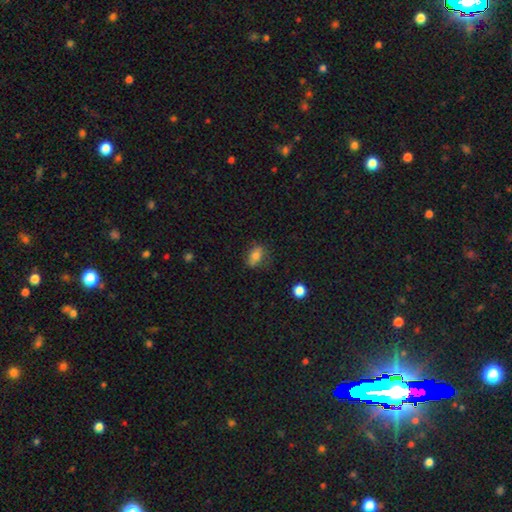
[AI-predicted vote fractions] This appears to be a smooth galaxy with no disk features (75%) that is in between round and cigar-shaped (80%). Merging: none (70%).